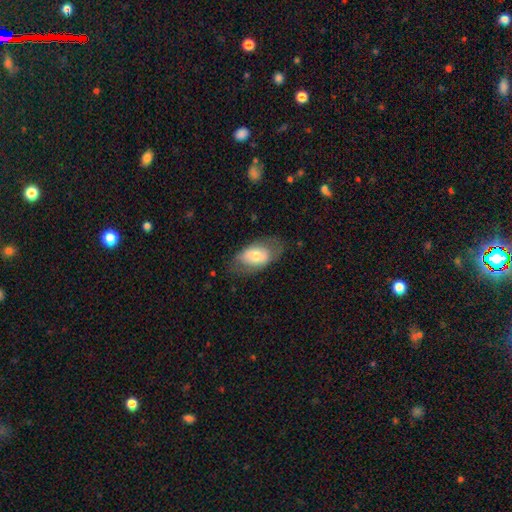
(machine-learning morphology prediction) Q: Smooth or featured?
A: smooth (64%); runner-up: featured or disk (29%)
Q: How rounded?
A: in between (90%); runner-up: round (7%)
Q: Merging?
A: none (67%); runner-up: minor disturbance (21%)